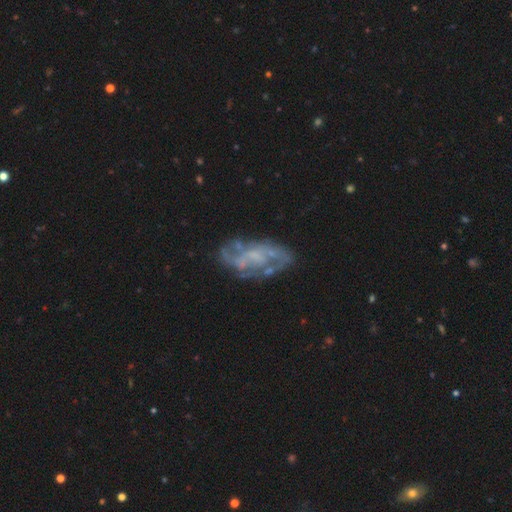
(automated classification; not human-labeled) Morphology: type=featured or disk (75%); edge-on=no (95%); bar=no (66%); spiral arms=yes (61%); bulge=none (49%); merging=none (65%).